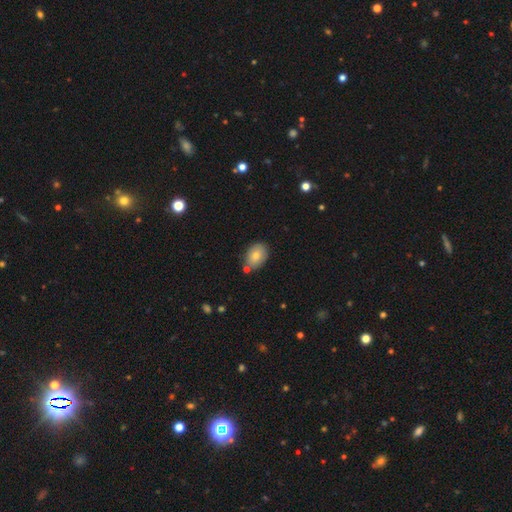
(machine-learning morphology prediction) This is likely a smooth galaxy (80%). How rounded: clearly in between (83%). Merging: likely none (72%).